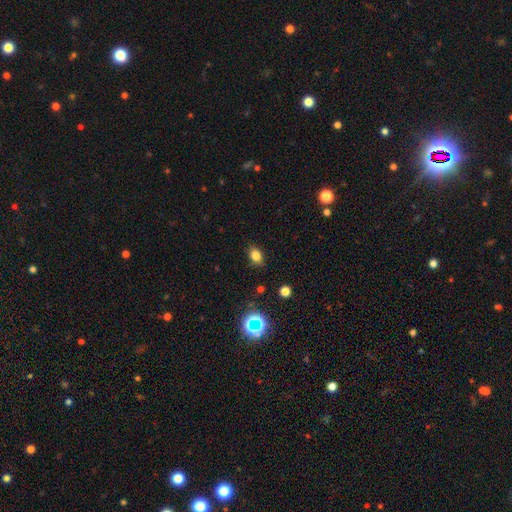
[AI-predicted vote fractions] Smooth or featured: smooth — 79% (star or artifact — 14%)
How rounded: in between — 77% (round — 21%)
Merging: none — 86% (minor disturbance — 11%)